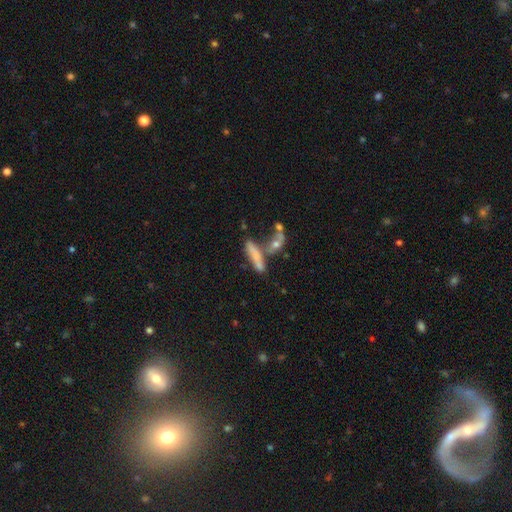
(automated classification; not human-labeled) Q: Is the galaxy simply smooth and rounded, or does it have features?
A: smooth — 60%.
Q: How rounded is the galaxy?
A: cigar-shaped — 75%.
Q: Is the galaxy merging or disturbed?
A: none — 37%, tied with merger.